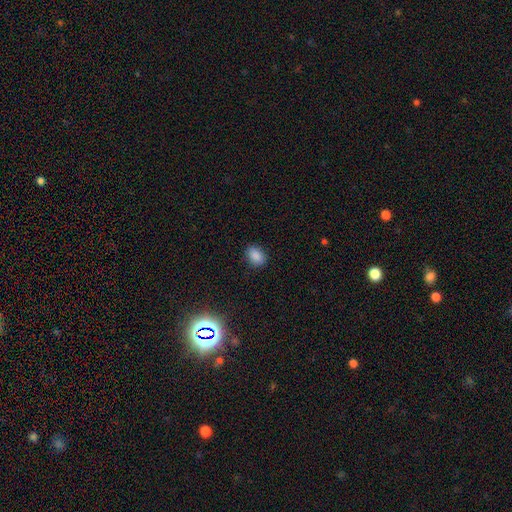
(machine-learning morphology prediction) The model was most divided on "how rounded": in between: 74%, round: 25%, cigar-shaped: 1%. More confident: merging — none (86%); smooth or featured — smooth (85%).